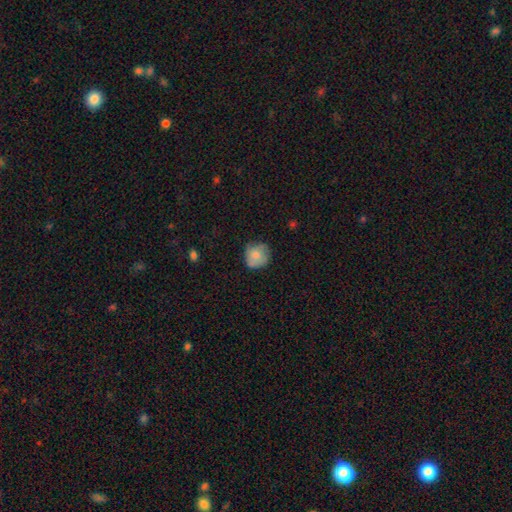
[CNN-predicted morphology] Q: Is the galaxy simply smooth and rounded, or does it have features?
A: smooth — 75%.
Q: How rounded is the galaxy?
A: round — 88%.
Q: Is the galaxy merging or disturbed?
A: none — 67%.